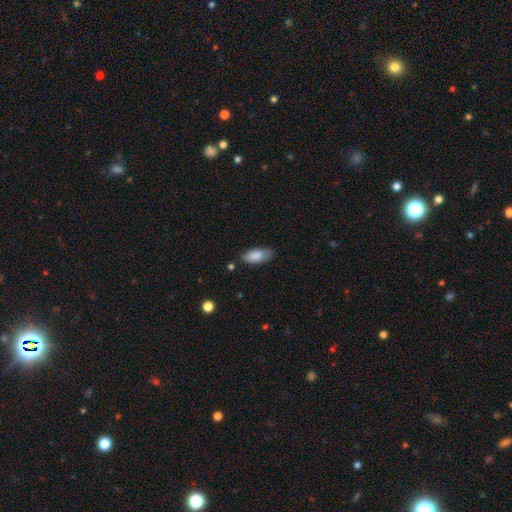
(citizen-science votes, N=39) Q: Smooth or featured?
A: smooth (90%); runner-up: star or artifact (8%)
Q: How rounded?
A: in between (86%); runner-up: cigar-shaped (14%)
Q: Merging?
A: none (81%); runner-up: minor disturbance (17%)